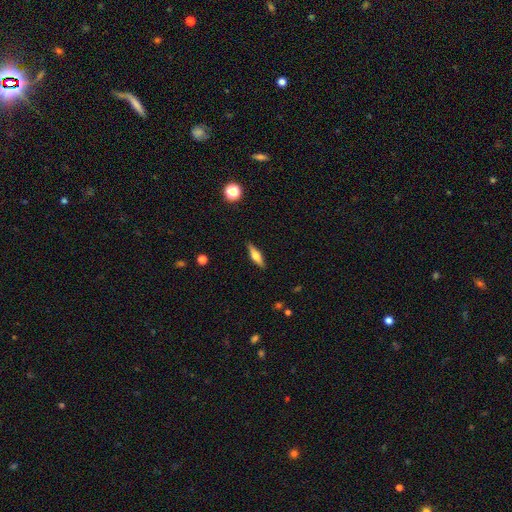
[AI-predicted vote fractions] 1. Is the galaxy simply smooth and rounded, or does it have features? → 52% featured or disk, 40% smooth, 7% star or artifact.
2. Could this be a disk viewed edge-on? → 95% yes, 5% no.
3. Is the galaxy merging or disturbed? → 89% none, 8% minor disturbance, 2% major disturbance, 1% merger.